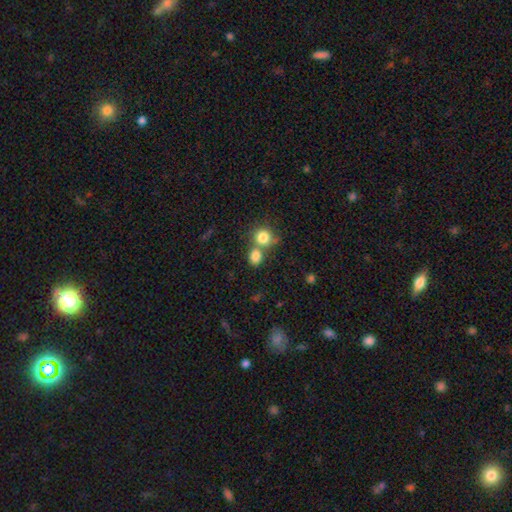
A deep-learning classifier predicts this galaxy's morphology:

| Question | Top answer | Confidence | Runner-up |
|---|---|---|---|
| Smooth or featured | smooth | 82% | star or artifact (11%) |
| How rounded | round | 59% | in between (40%) |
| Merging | merger | 46% | none (42%) |